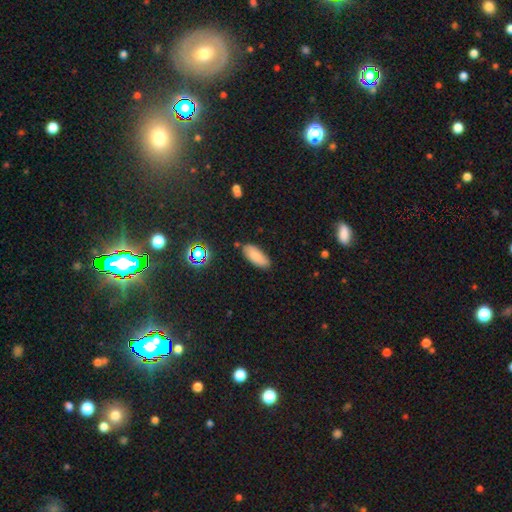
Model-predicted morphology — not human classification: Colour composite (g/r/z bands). It shows a smooth galaxy with no disk features (83%) that is in between round and cigar-shaped (81%). Merging: none (83%).